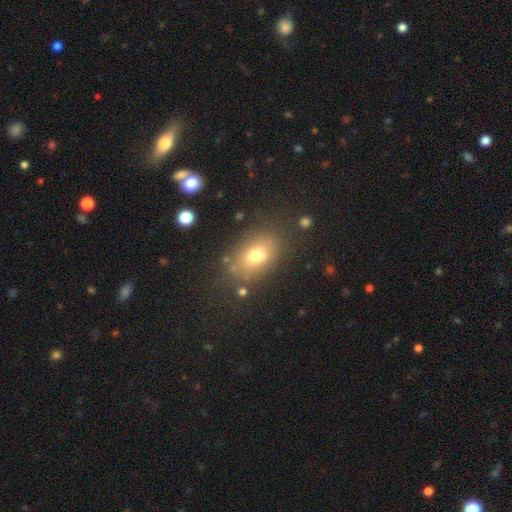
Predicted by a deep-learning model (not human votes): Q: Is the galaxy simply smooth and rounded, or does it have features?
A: smooth — 72%.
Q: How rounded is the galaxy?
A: in between — 76%.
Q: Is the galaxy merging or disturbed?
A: none — 78%.